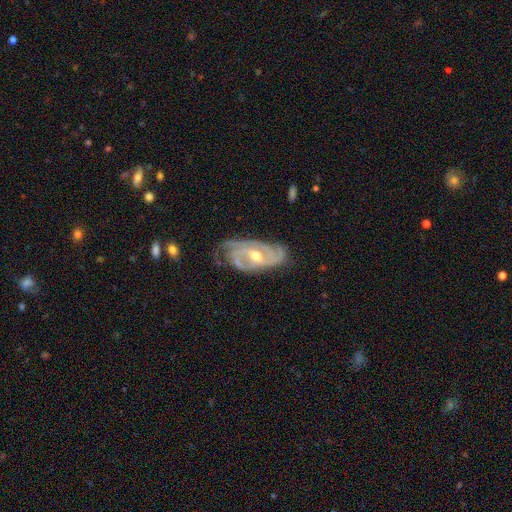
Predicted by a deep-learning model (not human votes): This appears to be a featured or disk galaxy (90%) with no bar (42%), 3 (36%) tight (58%) spiral arms (97%) and a moderate central bulge (63%). Merging: none (65%).